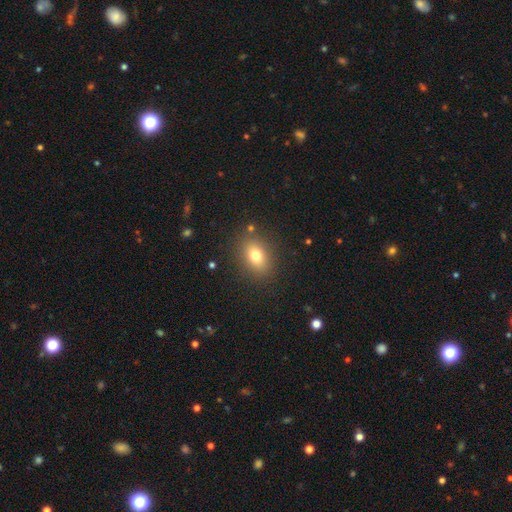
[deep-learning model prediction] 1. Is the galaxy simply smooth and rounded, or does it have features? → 75% smooth, 12% featured or disk, 12% star or artifact.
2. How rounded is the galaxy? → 71% in between, 27% round, 2% cigar-shaped.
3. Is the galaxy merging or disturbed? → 85% none, 9% minor disturbance, 4% major disturbance, 2% merger.